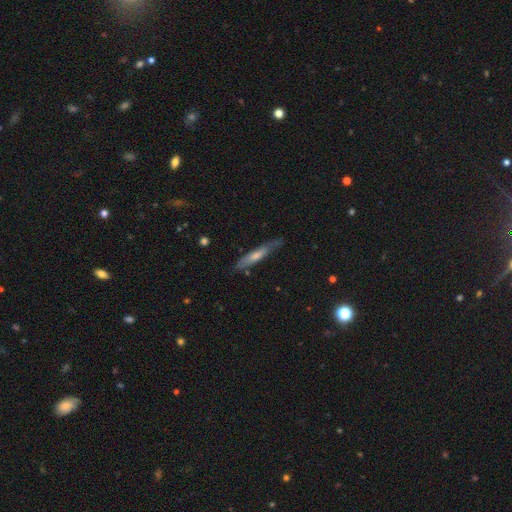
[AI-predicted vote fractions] The model was most divided on "smooth or featured": smooth: 53%, featured or disk: 41%, star or artifact: 6%. More confident: how rounded — cigar-shaped (89%); merging — none (70%).